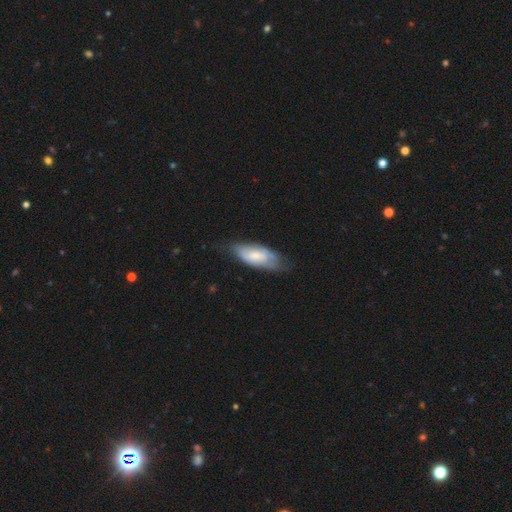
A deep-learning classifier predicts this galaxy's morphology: Q: Smooth or featured?
A: smooth (52%); runner-up: featured or disk (42%)
Q: How rounded?
A: in between (82%); runner-up: cigar-shaped (16%)
Q: Merging?
A: none (47%); runner-up: minor disturbance (36%)